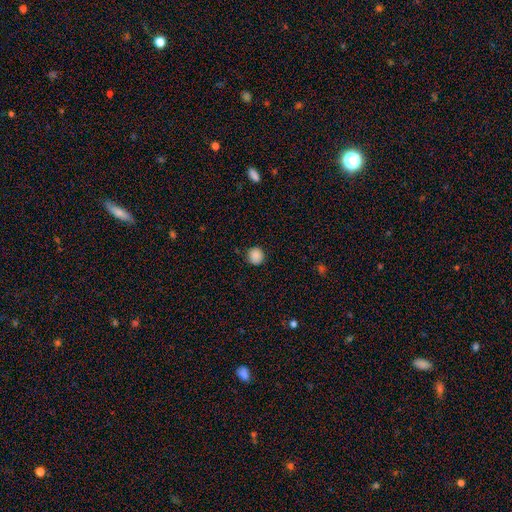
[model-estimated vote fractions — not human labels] This appears to be a smooth galaxy with no disk features (87%) that is round (91%). Merging: none (88%).